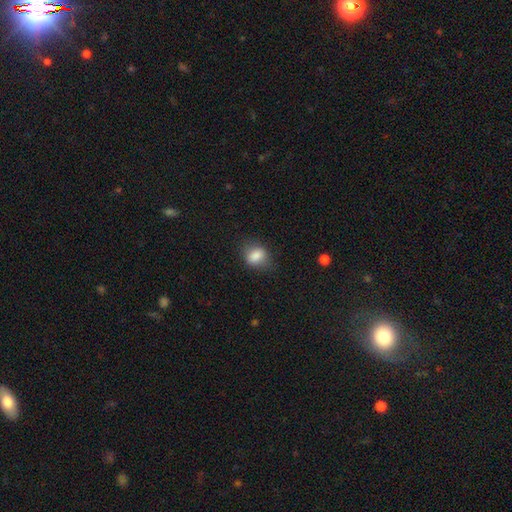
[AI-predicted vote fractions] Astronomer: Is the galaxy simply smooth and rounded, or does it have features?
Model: smooth — 82%.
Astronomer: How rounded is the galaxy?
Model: in between — 58% (runner-up: round, 41%).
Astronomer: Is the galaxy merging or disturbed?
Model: none — 68%.